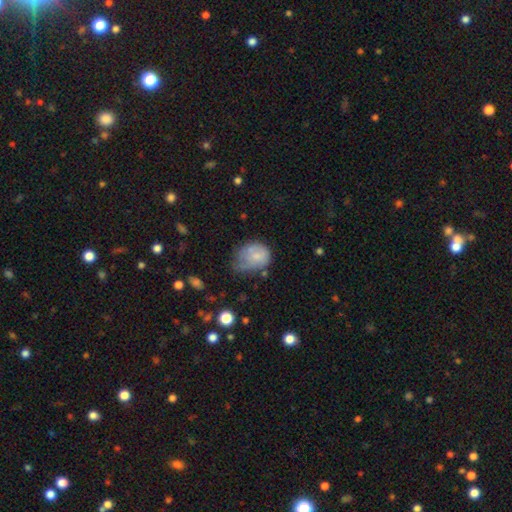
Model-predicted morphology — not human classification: Smooth or featured? smooth (66%)
How rounded? in between (55%)
Merging? minor disturbance (40%)